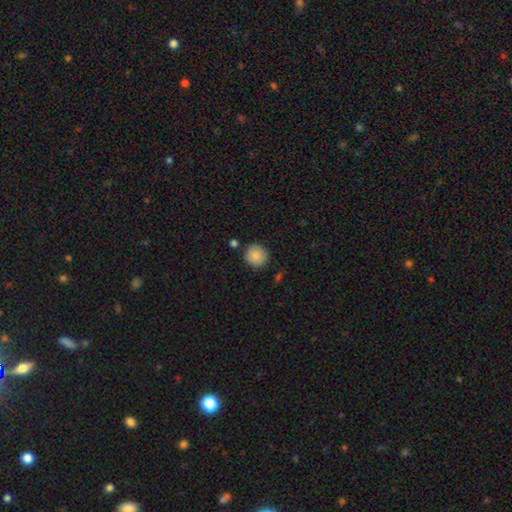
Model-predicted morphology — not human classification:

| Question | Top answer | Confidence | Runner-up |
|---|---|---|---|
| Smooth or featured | smooth | 87% | star or artifact (8%) |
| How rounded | round | 93% | in between (6%) |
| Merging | none | 88% | minor disturbance (8%) |